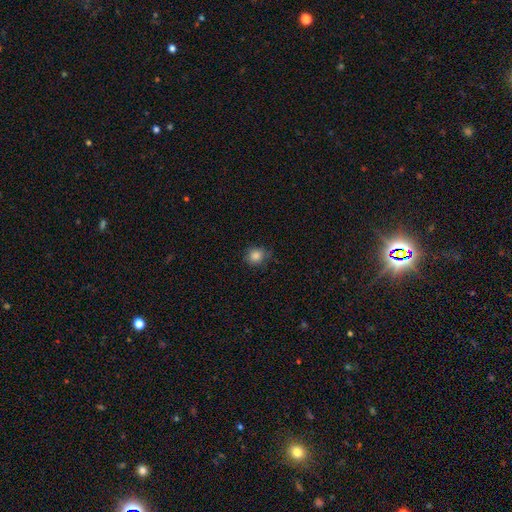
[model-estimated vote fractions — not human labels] A smooth galaxy with no disk features (85%) that is round (81%).

Vote fractions:
- Smooth or featured? smooth: 85% / star or artifact: 11% / featured or disk: 5%
- How rounded? round: 81% / in between: 18% / cigar-shaped: 1%
- Merging? none: 76% / minor disturbance: 19% / major disturbance: 4% / merger: 1%